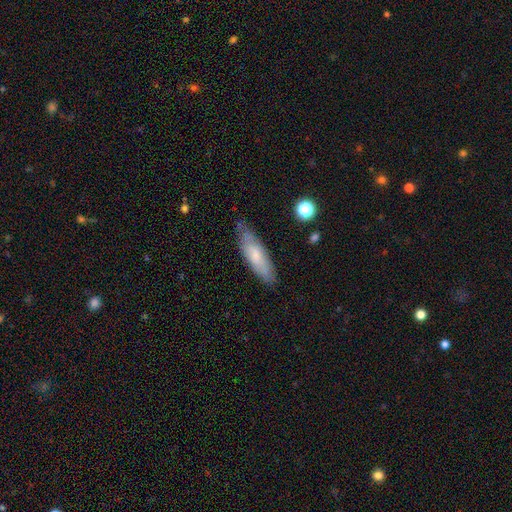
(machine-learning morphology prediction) Smooth or featured?
  - smooth: 60% *
  - featured or disk: 33%
  - star or artifact: 7%
How rounded?
  - cigar-shaped: 50% *
  - in between: 48%
  - round: 2%
Merging?
  - none: 70% *
  - minor disturbance: 23%
  - major disturbance: 5%
  - merger: 2%